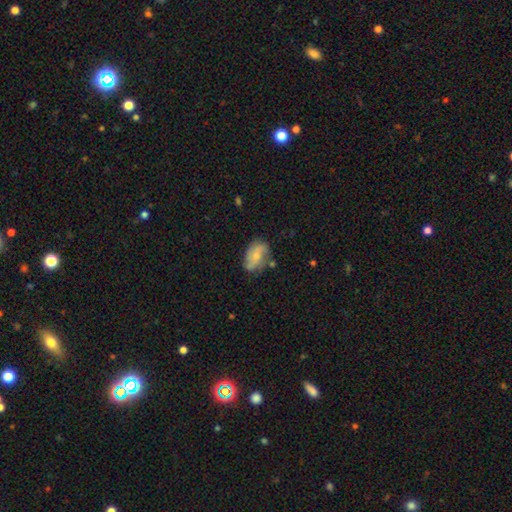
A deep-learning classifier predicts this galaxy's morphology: Overall: featured or disk (55%; smooth 38%). Edge-on disk: no (96%). Bar: no (60%; weak 31%). Spiral arms: yes (81%). Bulge size: small (61%; moderate 33%). Merging: none (62%; minor disturbance 25%).